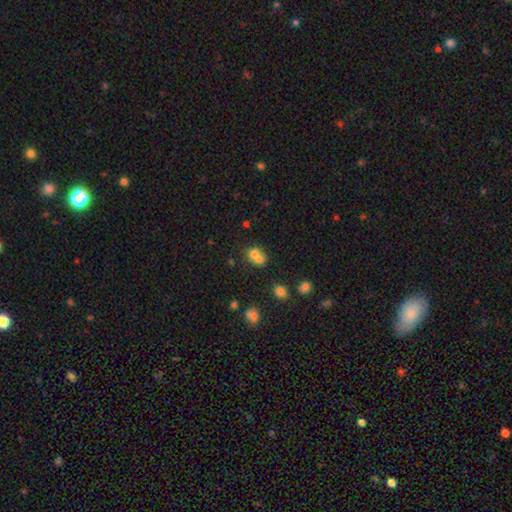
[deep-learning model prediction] Q: Smooth or featured?
A: smooth (69%); runner-up: featured or disk (18%)
Q: How rounded?
A: round (63%); runner-up: in between (36%)
Q: Merging?
A: merger (65%); runner-up: none (26%)